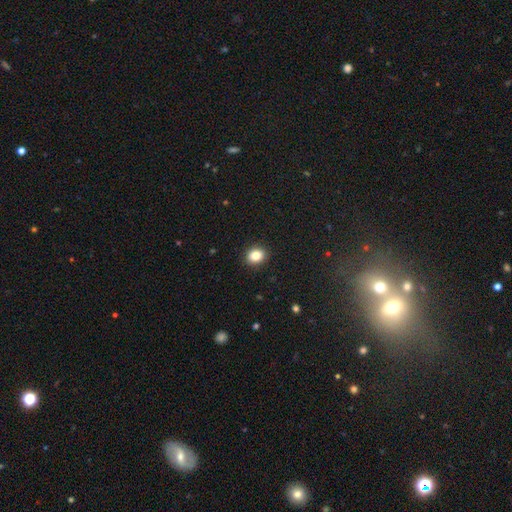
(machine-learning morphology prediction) smooth_or_featured: smooth (p=0.85) [alt: star or artifact p=0.10]
how_rounded: round (p=0.55) [alt: in between p=0.44]
merging: none (p=0.91) [alt: minor disturbance p=0.07]